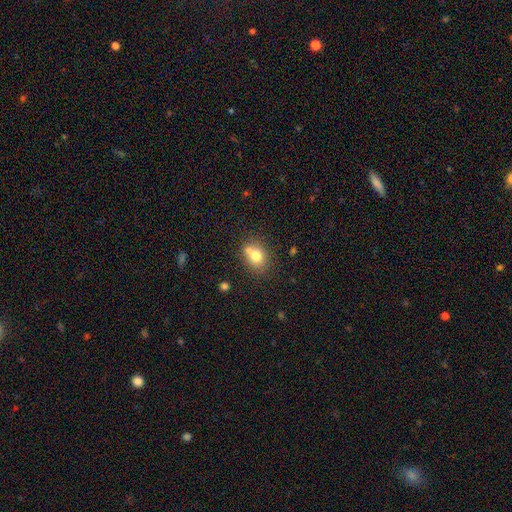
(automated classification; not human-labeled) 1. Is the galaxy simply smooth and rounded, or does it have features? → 73% smooth, 16% featured or disk, 11% star or artifact.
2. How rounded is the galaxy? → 56% round, 43% in between, 1% cigar-shaped.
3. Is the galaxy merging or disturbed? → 50% none, 34% merger, 12% minor disturbance, 4% major disturbance.